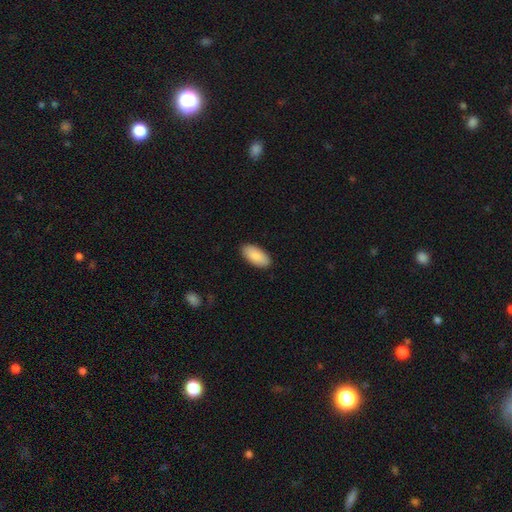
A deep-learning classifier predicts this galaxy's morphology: Smooth or featured? Predicted: smooth (p=0.90). How rounded? Predicted: in between (p=0.94). Merging? Predicted: none (p=0.90).